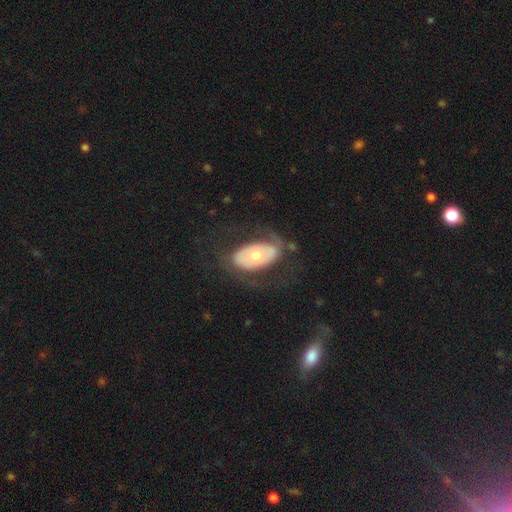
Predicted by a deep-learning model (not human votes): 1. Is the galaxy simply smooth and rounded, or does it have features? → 60% featured or disk, 34% smooth, 6% star or artifact.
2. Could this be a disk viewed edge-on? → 91% no, 9% yes.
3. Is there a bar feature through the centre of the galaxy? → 72% no, 16% weak, 12% strong.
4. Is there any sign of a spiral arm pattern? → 58% no, 42% yes.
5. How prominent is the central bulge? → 61% moderate, 29% small, 7% large, 2% dominant, 1% none.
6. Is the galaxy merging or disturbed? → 66% none, 17% major disturbance, 15% minor disturbance, 2% merger.